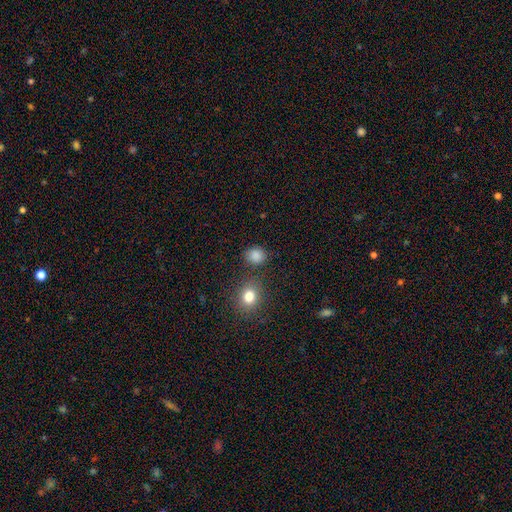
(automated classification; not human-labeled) This is clearly a smooth galaxy (85%). How rounded: likely round (65%). Merging: likely none (79%).